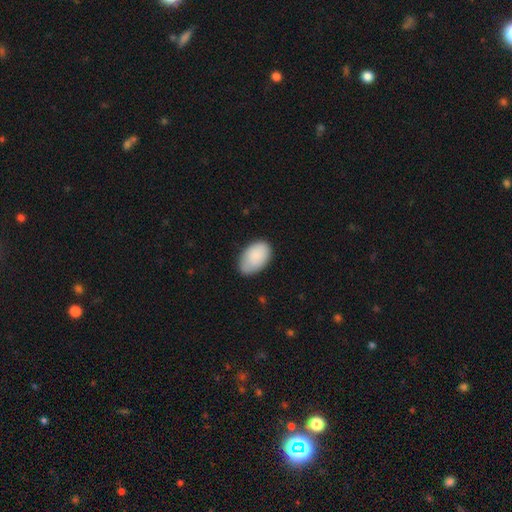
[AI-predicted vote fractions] The model was most divided on "merging": none: 69%, minor disturbance: 25%, major disturbance: 4%, merger: 2%. More confident: how rounded — in between (93%); smooth or featured — smooth (88%).